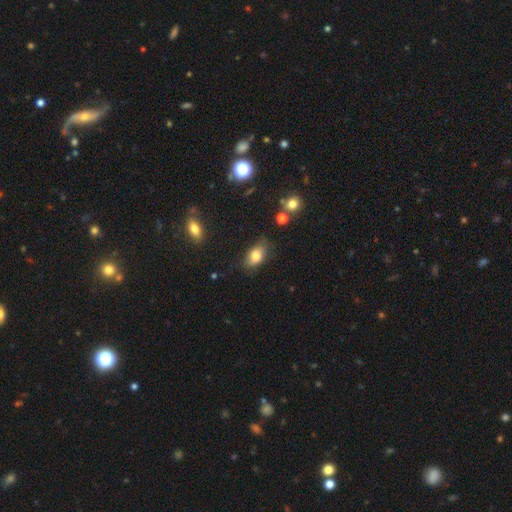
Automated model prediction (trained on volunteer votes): Smooth or featured? smooth (80%)
How rounded? in between (88%)
Merging? none (70%)